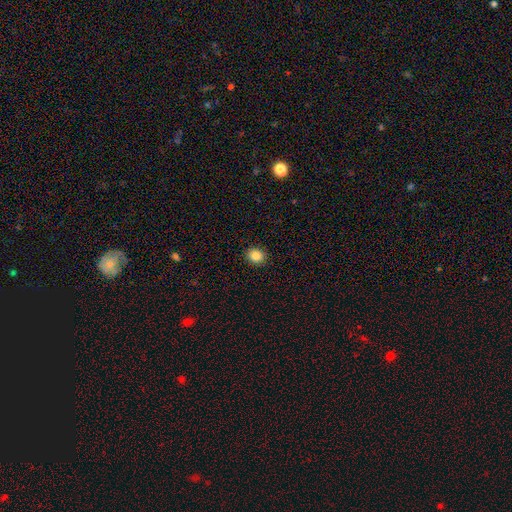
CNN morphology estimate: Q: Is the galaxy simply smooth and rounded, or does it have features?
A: smooth — 86%.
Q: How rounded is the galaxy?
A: round — 72%.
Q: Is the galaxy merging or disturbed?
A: none — 91%.